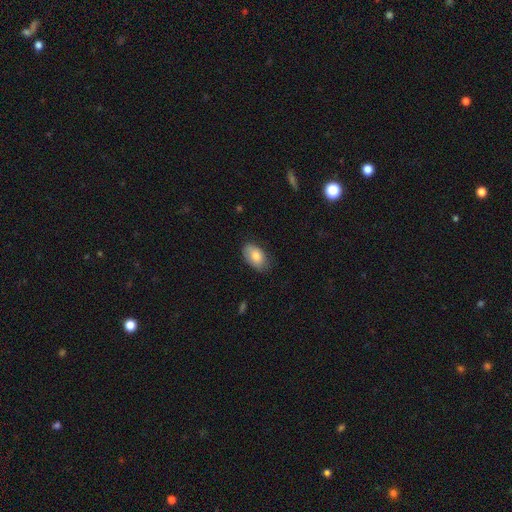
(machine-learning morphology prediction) This appears to be a smooth galaxy with no disk features (80%) that is in between round and cigar-shaped (92%). Merging: none (75%).